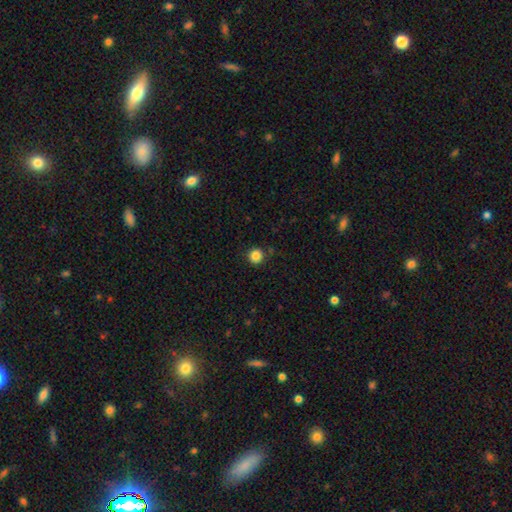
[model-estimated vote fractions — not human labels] Smooth or featured?
  - smooth: 84% *
  - star or artifact: 12%
  - featured or disk: 4%
How rounded?
  - round: 95% *
  - in between: 4%
  - cigar-shaped: 1%
Merging?
  - none: 89% *
  - minor disturbance: 7%
  - merger: 2%
  - major disturbance: 2%